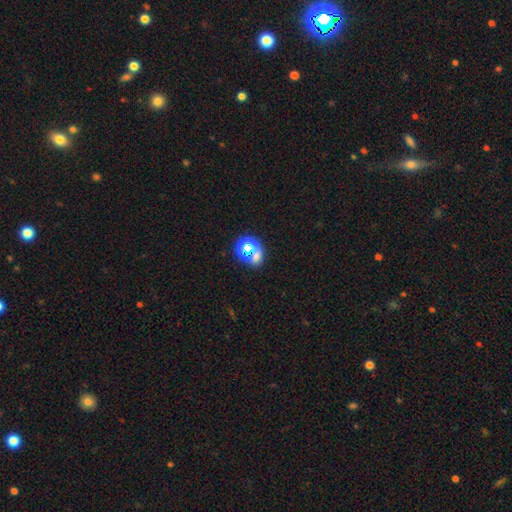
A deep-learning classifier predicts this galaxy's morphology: A smooth galaxy with no disk features (44%). Merging: none (58%).